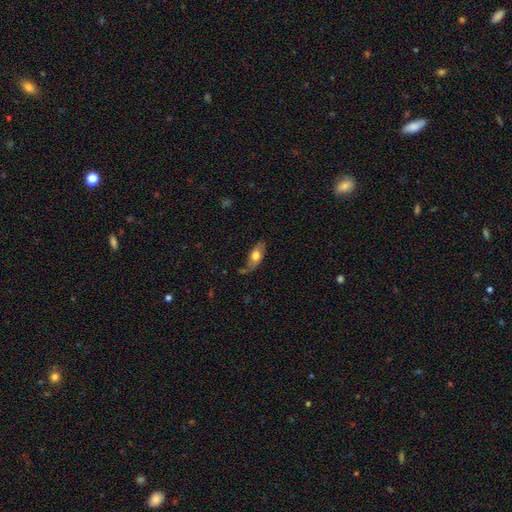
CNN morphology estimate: smooth_or_featured: smooth (p=0.62) [alt: featured or disk p=0.31]
how_rounded: in between (p=0.84) [alt: cigar-shaped p=0.12]
merging: none (p=0.60) [alt: minor disturbance p=0.28]